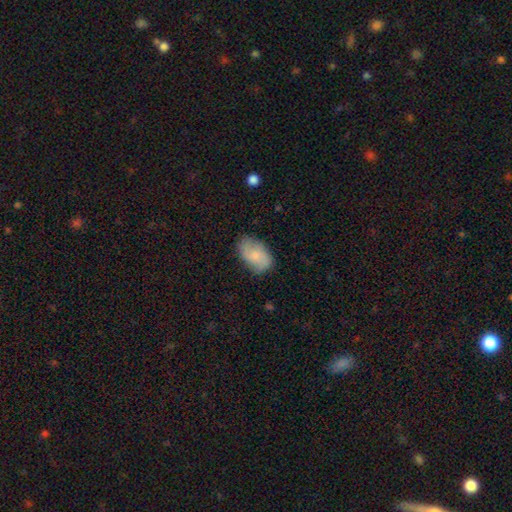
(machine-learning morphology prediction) Smooth or featured: smooth — 64% (featured or disk — 29%)
How rounded: in between — 91% (round — 8%)
Merging: none — 73% (minor disturbance — 21%)